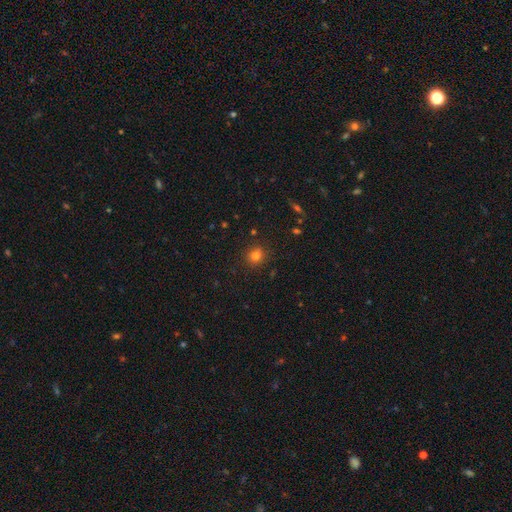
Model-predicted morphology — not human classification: Smooth or featured?
  - smooth: 78% *
  - star or artifact: 15%
  - featured or disk: 6%
How rounded?
  - round: 86% *
  - in between: 13%
  - cigar-shaped: 1%
Merging?
  - none: 87% *
  - minor disturbance: 8%
  - major disturbance: 2%
  - merger: 2%